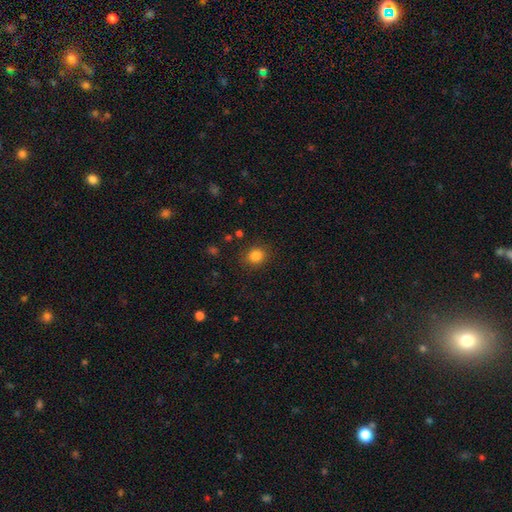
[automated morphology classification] smooth-or-featured: smooth: 83% | star or artifact: 12% | featured or disk: 5%
  how-rounded: round: 79% | in between: 20% | cigar-shaped: 1%
  merging: none: 87% | minor disturbance: 8% | major disturbance: 3% | merger: 1%